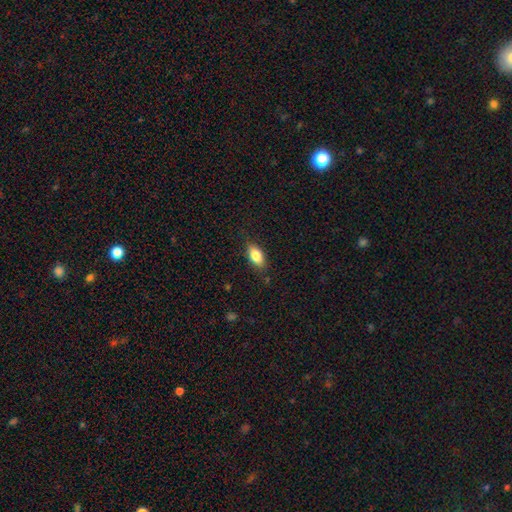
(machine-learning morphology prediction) smooth-or-featured: smooth: 82% | featured or disk: 11% | star or artifact: 7%
  how-rounded: in between: 89% | cigar-shaped: 7% | round: 4%
  merging: none: 83% | minor disturbance: 13% | major disturbance: 3% | merger: 1%